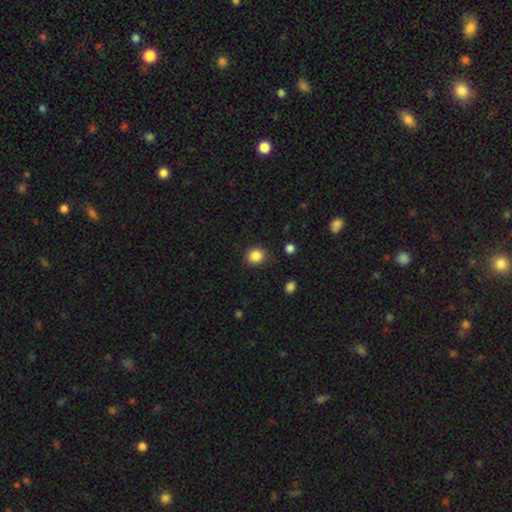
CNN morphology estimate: Q: Smooth or featured?
A: smooth (86%); runner-up: star or artifact (10%)
Q: How rounded?
A: round (77%); runner-up: in between (22%)
Q: Merging?
A: none (85%); runner-up: minor disturbance (11%)